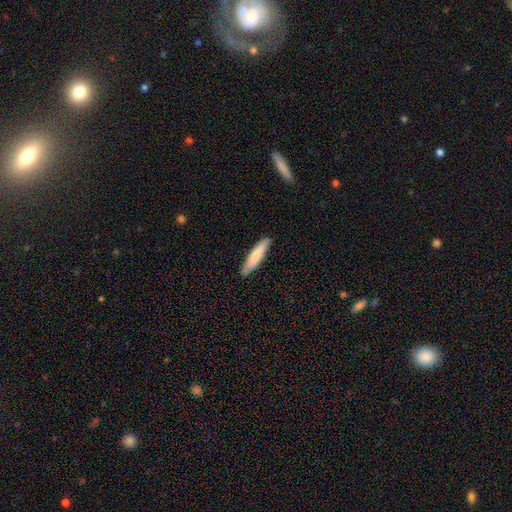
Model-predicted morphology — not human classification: smooth 81%, featured or disk 14%, star or artifact 5%. Down the decision tree: how rounded — cigar-shaped (85%); merging — none (86%).